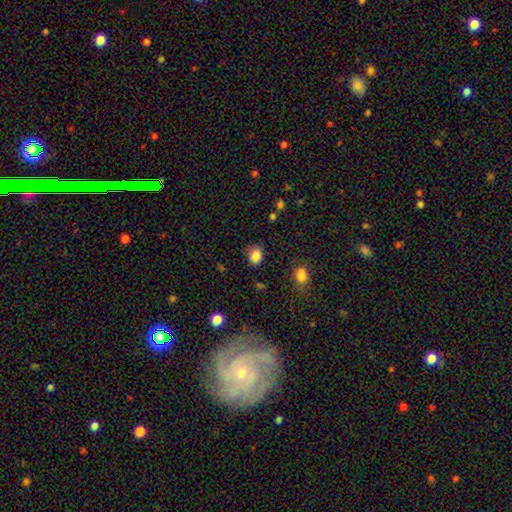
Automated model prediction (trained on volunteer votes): smooth 85%, star or artifact 10%, featured or disk 4%. Down the decision tree: how rounded — round (50%); merging — none (77%).